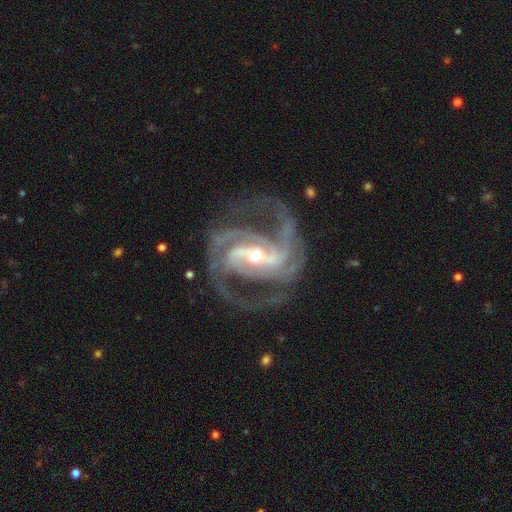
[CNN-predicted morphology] smooth_or_featured: featured or disk (p=0.94) [alt: star or artifact p=0.04]
disk_edge_on: no (p=0.98) [alt: yes p=0.02]
bar: strong (p=0.53) [alt: weak p=0.32]
has_spiral_arms: yes (p=0.99) [alt: no p=0.01]
spiral_winding: medium (p=0.57) [alt: tight p=0.32]
spiral_arm_count: 2 (p=0.39) [alt: 3 p=0.37]
bulge_size: small (p=0.48) [tied with: moderate p=0.48]
merging: none (p=0.71) [alt: minor disturbance p=0.15]